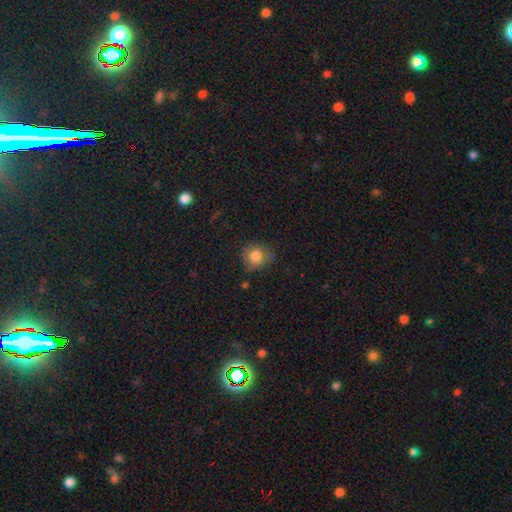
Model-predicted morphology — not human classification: The model was most divided on "merging": none: 70%, minor disturbance: 22%, major disturbance: 5%, merger: 2%. More confident: how rounded — round (82%); smooth or featured — smooth (81%).